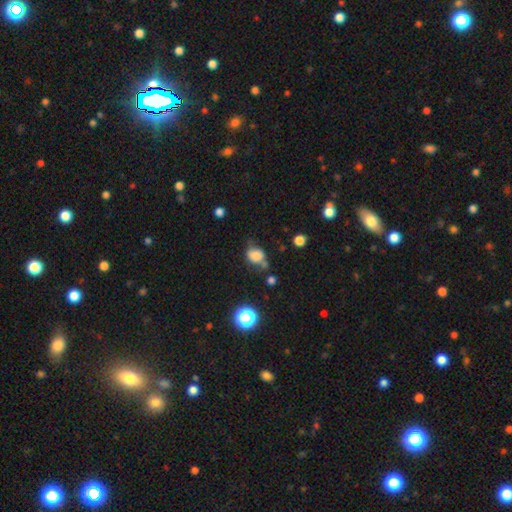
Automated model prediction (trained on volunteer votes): Overall: smooth (76%). How rounded: round (58%; in between 41%). Merging: none (51%; minor disturbance 28%).